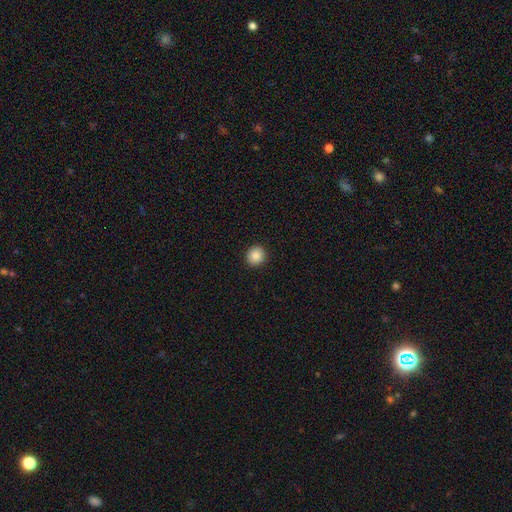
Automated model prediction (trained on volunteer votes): A smooth galaxy with no disk features (87%) that is round (89%).

Vote fractions:
- Smooth or featured? smooth: 87% / star or artifact: 9% / featured or disk: 4%
- How rounded? round: 89% / in between: 10% / cigar-shaped: 1%
- Merging? none: 93% / minor disturbance: 5% / major disturbance: 2% / merger: 1%